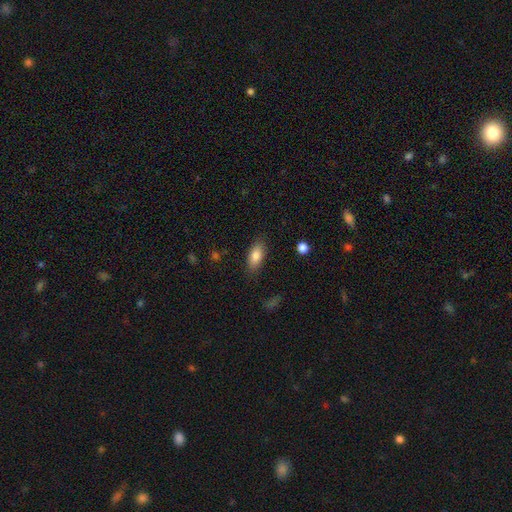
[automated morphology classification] A smooth galaxy with no disk features (82%) that is in between round and cigar-shaped (84%). Merging: none (84%).